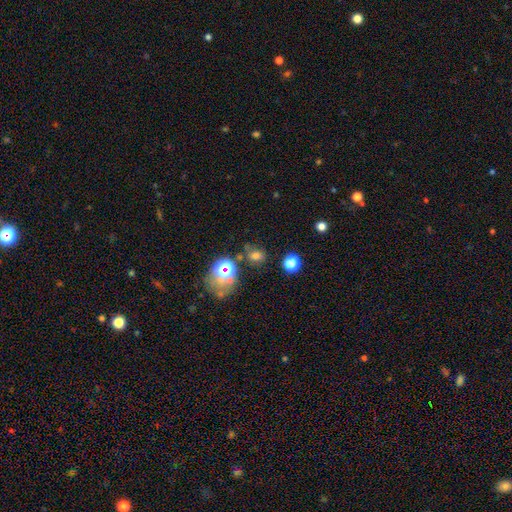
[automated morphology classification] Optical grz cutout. It shows a smooth galaxy with no disk features (65%) that is round (56%). Merging: none (70%).